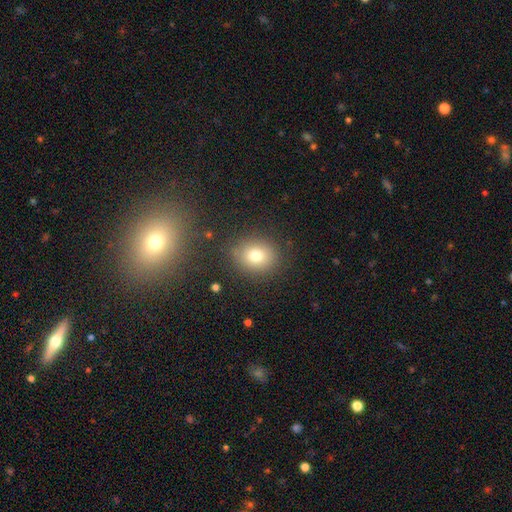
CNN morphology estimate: A smooth galaxy with no disk features (75%) that is round (74%). Merging: none (85%).